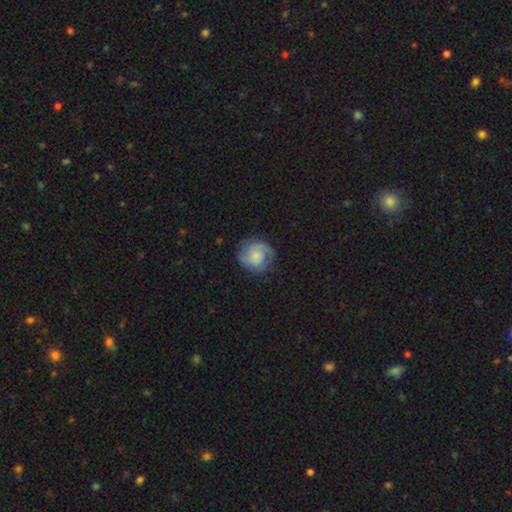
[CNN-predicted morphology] Q: Smooth or featured?
A: featured or disk (50%); runner-up: smooth (42%)
Q: Edge-on disk?
A: no (98%); runner-up: yes (2%)
Q: Merging?
A: none (74%); runner-up: minor disturbance (17%)